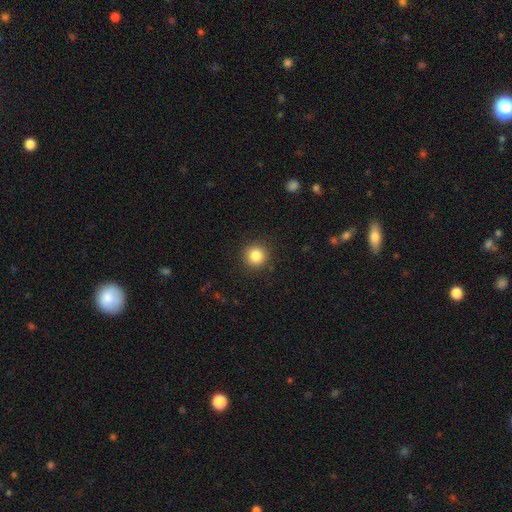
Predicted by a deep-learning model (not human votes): smooth 84%, star or artifact 11%, featured or disk 5%. Down the decision tree: how rounded — round (94%); merging — none (90%).